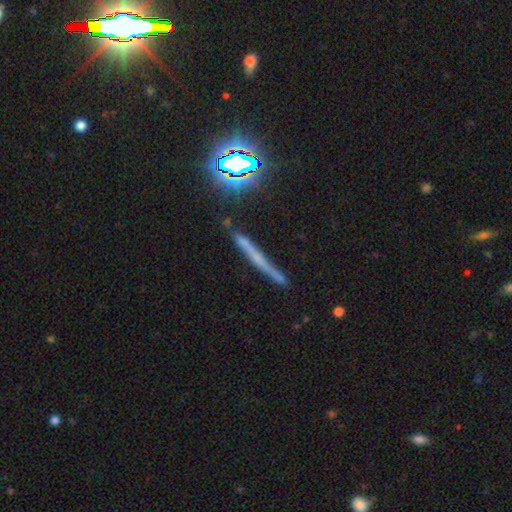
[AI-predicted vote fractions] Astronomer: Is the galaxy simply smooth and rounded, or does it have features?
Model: featured or disk — 45% (runner-up: smooth, 32%).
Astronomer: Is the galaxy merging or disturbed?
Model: none — 83%.